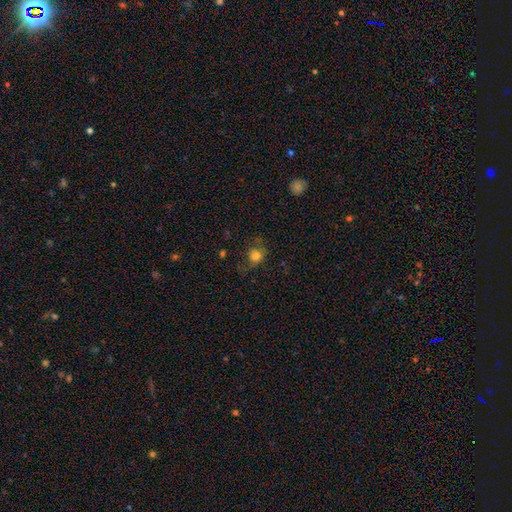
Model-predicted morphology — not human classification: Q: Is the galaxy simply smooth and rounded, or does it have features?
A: smooth — 77%.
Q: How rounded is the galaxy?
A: round — 79%.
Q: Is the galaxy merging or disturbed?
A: none — 62%.